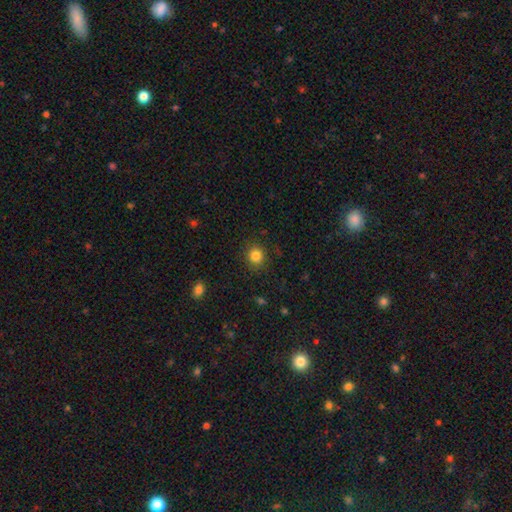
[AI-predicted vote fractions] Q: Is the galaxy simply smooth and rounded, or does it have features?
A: smooth — 83%.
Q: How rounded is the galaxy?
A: round — 86%.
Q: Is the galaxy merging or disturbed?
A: none — 88%.